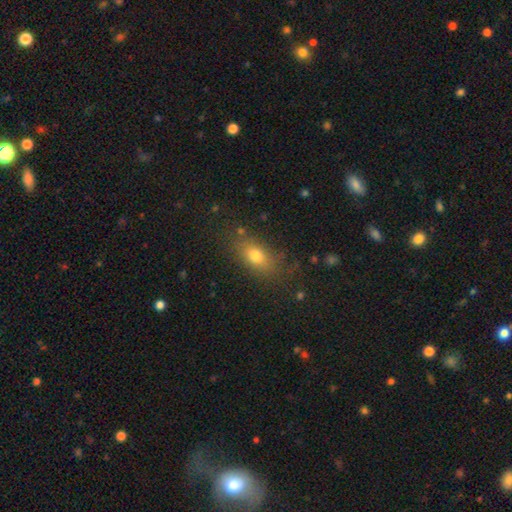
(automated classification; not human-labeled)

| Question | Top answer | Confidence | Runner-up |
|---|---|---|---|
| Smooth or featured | smooth | 76% | featured or disk (13%) |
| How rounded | in between | 78% | round (14%) |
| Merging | none | 77% | minor disturbance (15%) |